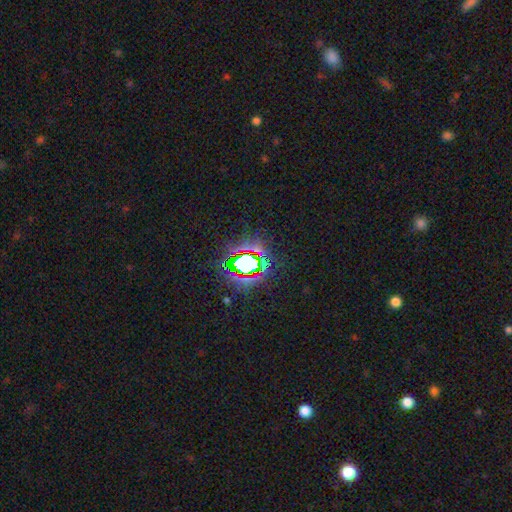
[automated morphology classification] A star or artifact, not a galaxy (74%).